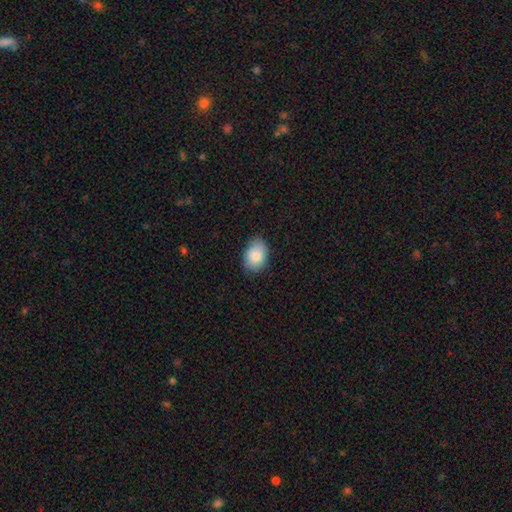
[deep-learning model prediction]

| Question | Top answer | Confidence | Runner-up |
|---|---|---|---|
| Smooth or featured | smooth | 84% | featured or disk (9%) |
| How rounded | in between | 79% | round (20%) |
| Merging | none | 76% | minor disturbance (20%) |